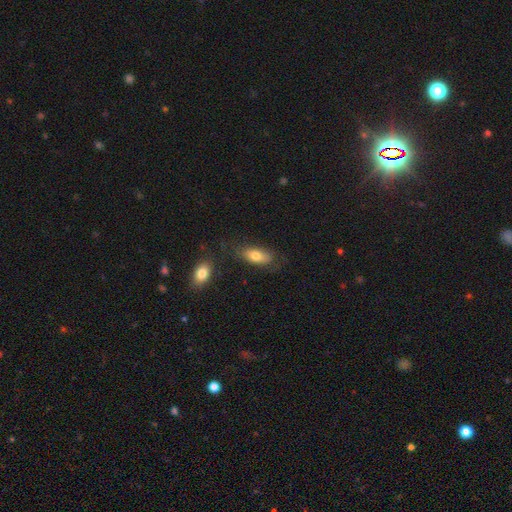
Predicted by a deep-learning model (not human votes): Smooth or featured: smooth — 74% (featured or disk — 18%)
How rounded: in between — 83% (cigar-shaped — 14%)
Merging: none — 68% (minor disturbance — 21%)